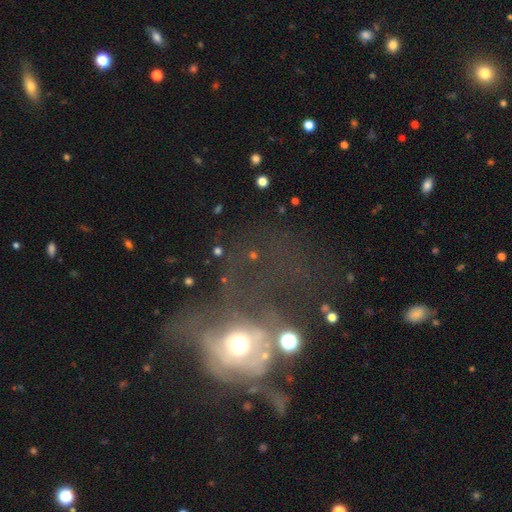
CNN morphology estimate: This is marginally a featured or disk galaxy (45%). Merging: possibly major disturbance (55%).